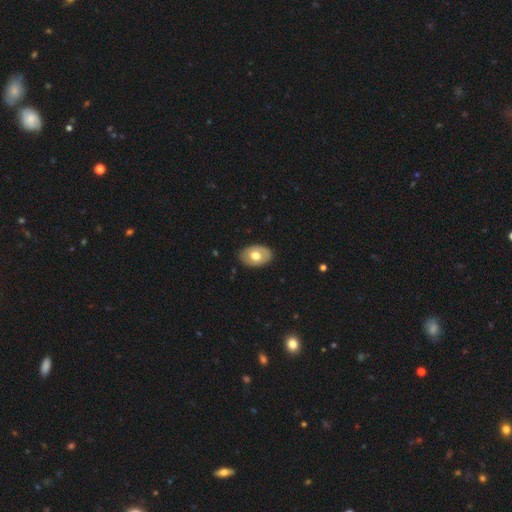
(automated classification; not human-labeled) smooth_or_featured: smooth (p=0.62) [alt: featured or disk p=0.32]
how_rounded: in between (p=0.86) [alt: round p=0.13]
merging: none (p=0.86) [alt: minor disturbance p=0.11]